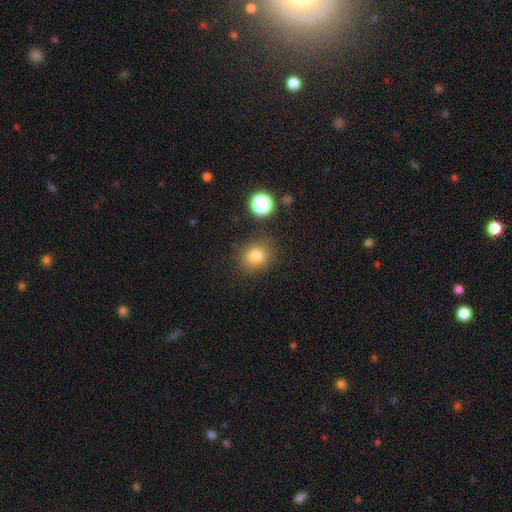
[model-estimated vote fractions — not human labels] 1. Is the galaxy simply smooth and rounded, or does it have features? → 79% smooth, 14% star or artifact, 7% featured or disk.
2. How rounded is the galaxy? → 72% round, 27% in between, 1% cigar-shaped.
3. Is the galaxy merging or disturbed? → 80% none, 13% minor disturbance, 4% major disturbance, 3% merger.